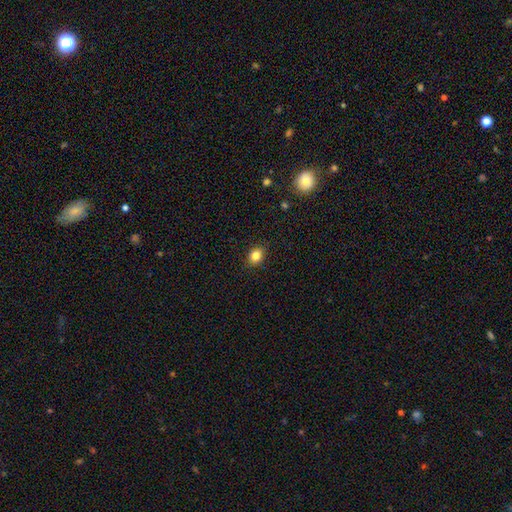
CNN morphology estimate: Overall: smooth (84%). How rounded: in between (56%; round 43%). Merging: none (89%).